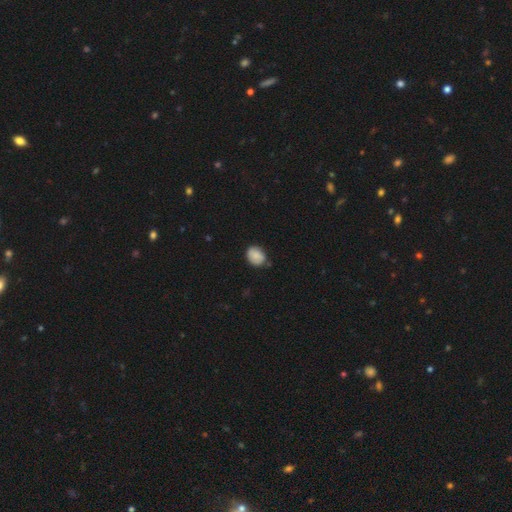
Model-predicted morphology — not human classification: The model was most divided on "how rounded": in between: 54%, round: 45%, cigar-shaped: 1%. More confident: smooth or featured — smooth (85%); merging — none (72%).